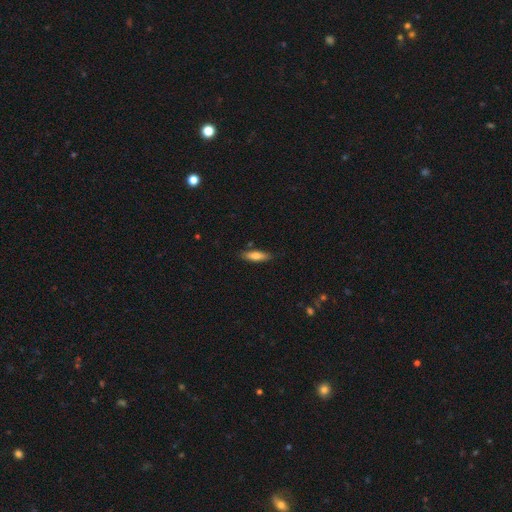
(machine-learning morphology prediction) Smooth or featured?
  - smooth: 75% *
  - featured or disk: 18%
  - star or artifact: 7%
How rounded?
  - cigar-shaped: 52% *
  - in between: 46%
  - round: 2%
Merging?
  - none: 84% *
  - minor disturbance: 12%
  - major disturbance: 2%
  - merger: 2%